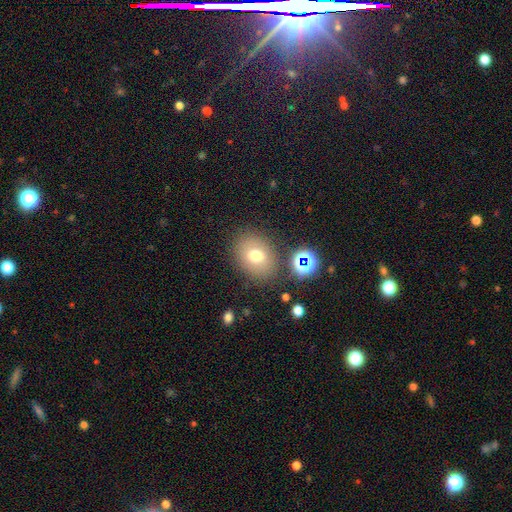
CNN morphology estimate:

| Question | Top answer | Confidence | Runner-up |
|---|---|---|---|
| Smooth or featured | smooth | 70% | featured or disk (15%) |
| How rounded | round | 50% | in between (49%) |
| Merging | none | 79% | minor disturbance (11%) |